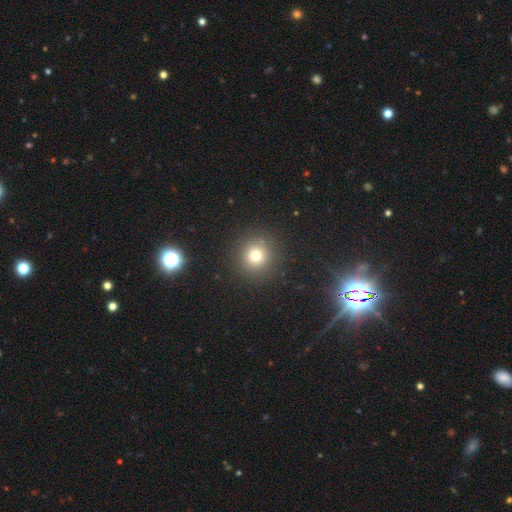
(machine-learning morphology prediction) The model was most divided on "smooth or featured": smooth: 74%, star or artifact: 17%, featured or disk: 9%. More confident: how rounded — round (95%); merging — none (90%).